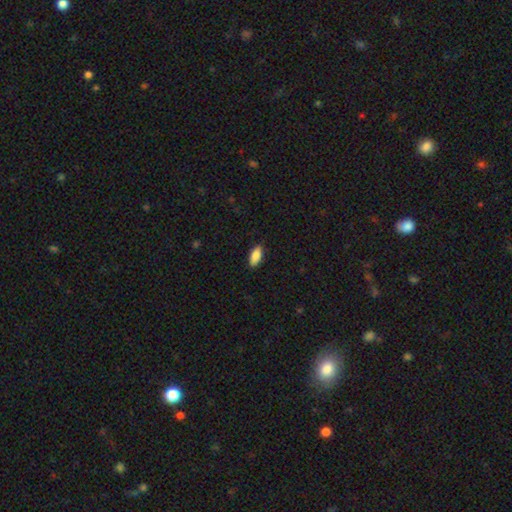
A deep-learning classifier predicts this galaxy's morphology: Overall: smooth (87%). How rounded: in between (87%). Merging: none (87%).